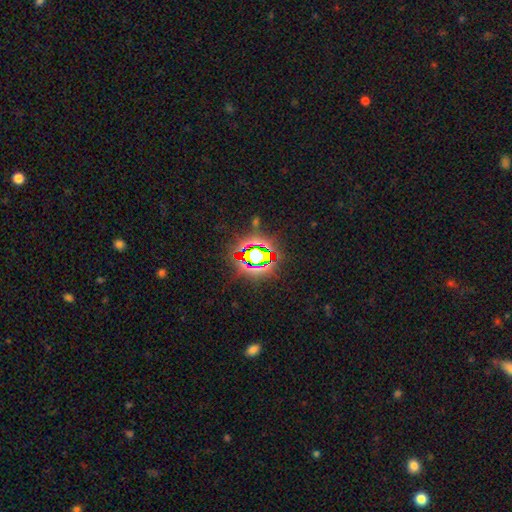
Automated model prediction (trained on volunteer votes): Q: Smooth or featured?
A: star or artifact (75%); runner-up: smooth (13%)